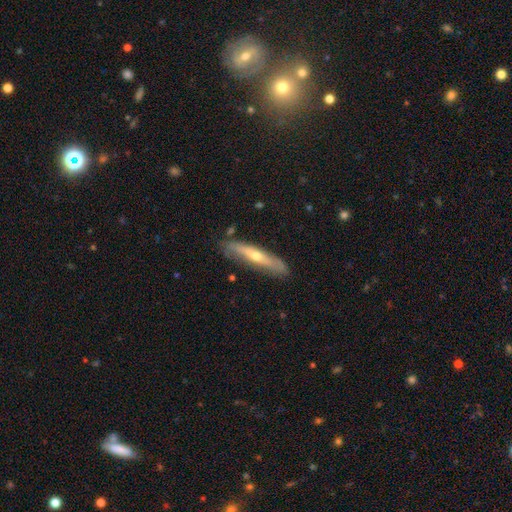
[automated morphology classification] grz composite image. It shows a featured or disk galaxy (58%) viewed edge-on (81%). Merging: none (83%).